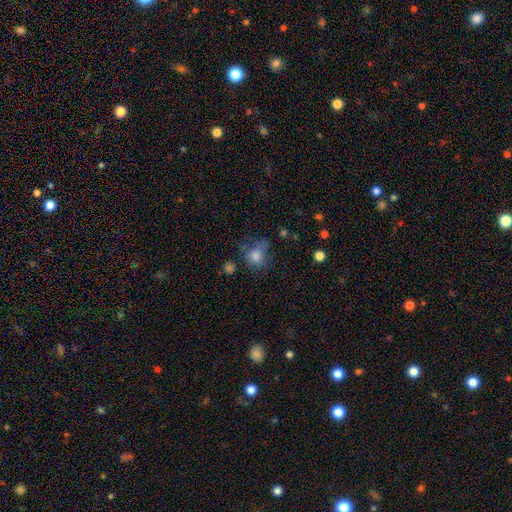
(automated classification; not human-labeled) The model was most divided on "merging": none: 41%, minor disturbance: 27%, major disturbance: 26%, merger: 6%. More confident: smooth or featured — smooth (71%); how rounded — round (57%).